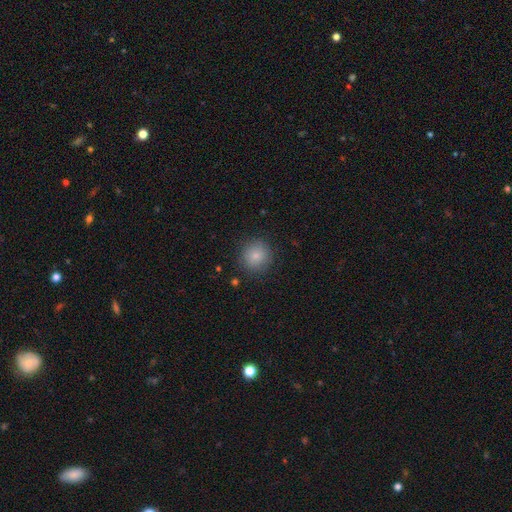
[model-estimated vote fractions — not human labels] Q: Smooth or featured?
A: smooth (83%); runner-up: star or artifact (10%)
Q: How rounded?
A: round (92%); runner-up: in between (7%)
Q: Merging?
A: none (87%); runner-up: minor disturbance (9%)